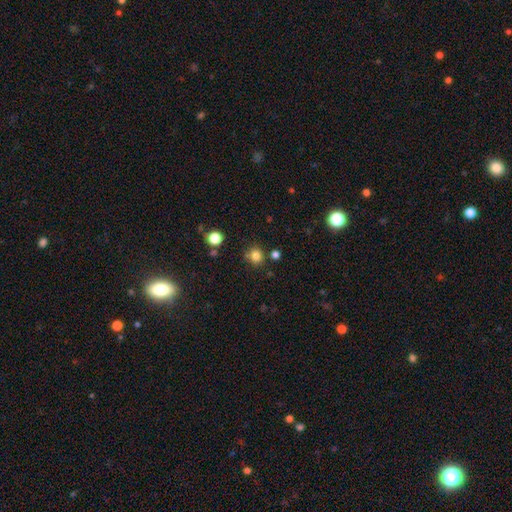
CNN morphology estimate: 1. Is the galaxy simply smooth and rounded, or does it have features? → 81% smooth, 14% star or artifact, 5% featured or disk.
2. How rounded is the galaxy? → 89% round, 10% in between, 1% cigar-shaped.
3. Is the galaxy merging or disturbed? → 78% none, 11% minor disturbance, 8% merger, 3% major disturbance.